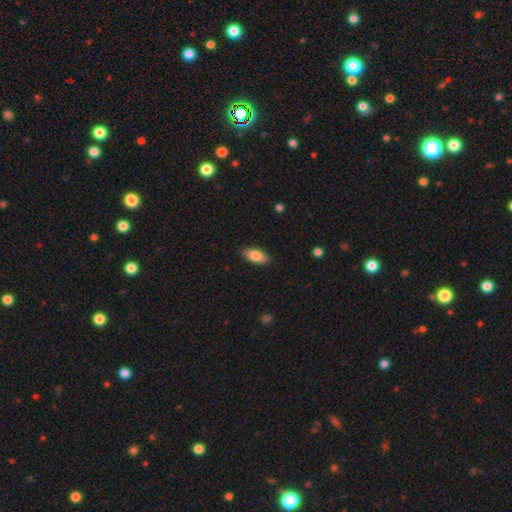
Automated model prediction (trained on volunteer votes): smooth-or-featured: smooth: 83% | featured or disk: 11% | star or artifact: 6%
  how-rounded: in between: 88% | cigar-shaped: 9% | round: 3%
  merging: none: 88% | minor disturbance: 9% | major disturbance: 2% | merger: 1%